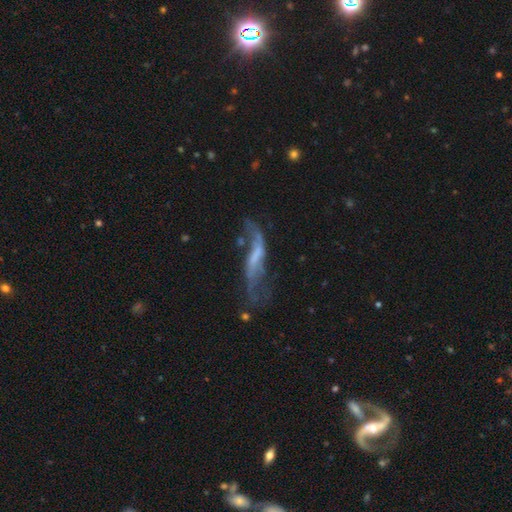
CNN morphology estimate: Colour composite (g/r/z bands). It shows a featured or disk galaxy (67%) with no bar (38%), spiral arms (66%) and no central bulge (56%). Merging: none (34%).